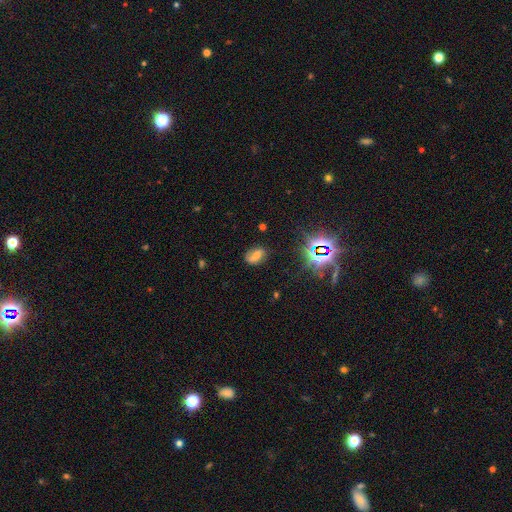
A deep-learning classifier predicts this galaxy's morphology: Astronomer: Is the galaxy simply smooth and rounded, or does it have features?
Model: smooth — 43% (runner-up: featured or disk, 35%).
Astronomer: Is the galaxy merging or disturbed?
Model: none — 74%.